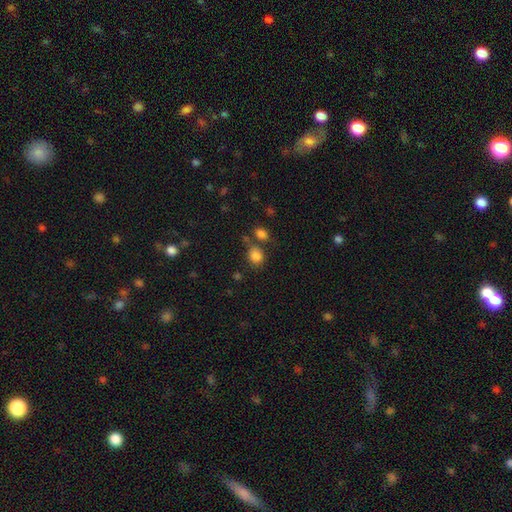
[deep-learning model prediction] The model was most divided on "how rounded": round: 61%, in between: 38%, cigar-shaped: 1%. More confident: smooth or featured — smooth (83%); merging — none (62%).